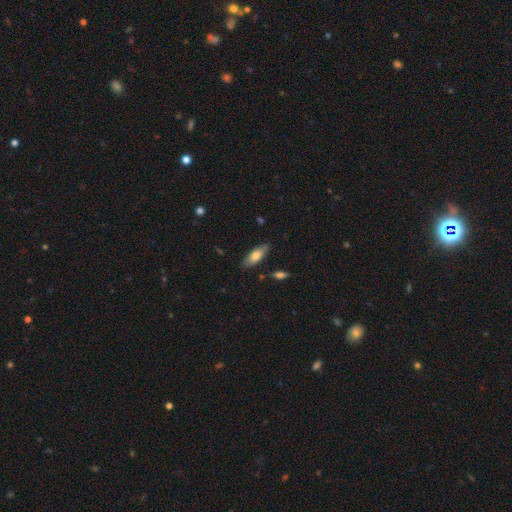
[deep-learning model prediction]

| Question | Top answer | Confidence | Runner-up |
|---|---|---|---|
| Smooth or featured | smooth | 70% | featured or disk (24%) |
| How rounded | in between | 75% | cigar-shaped (23%) |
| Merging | none | 83% | minor disturbance (12%) |